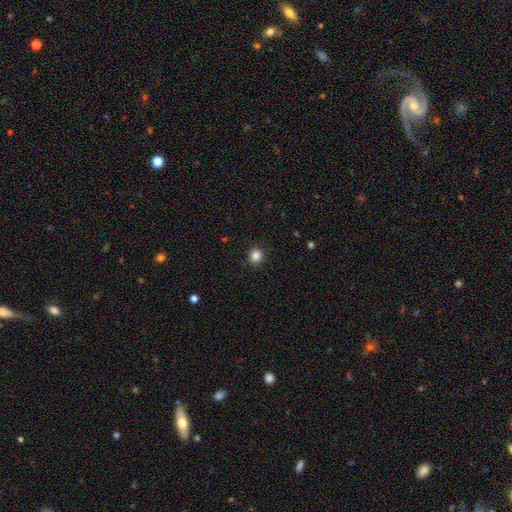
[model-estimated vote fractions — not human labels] smooth 86%, star or artifact 11%, featured or disk 4%. Down the decision tree: how rounded — round (73%); merging — none (90%).